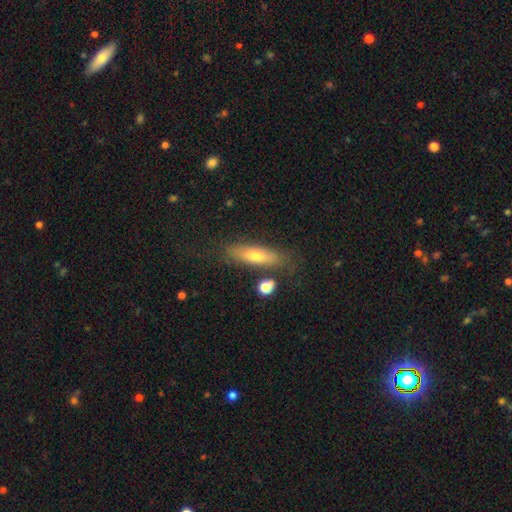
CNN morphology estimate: smooth-or-featured: smooth: 58% | featured or disk: 34% | star or artifact: 8%
  how-rounded: cigar-shaped: 65% | in between: 33% | round: 3%
  merging: none: 76% | minor disturbance: 15% | major disturbance: 5% | merger: 4%